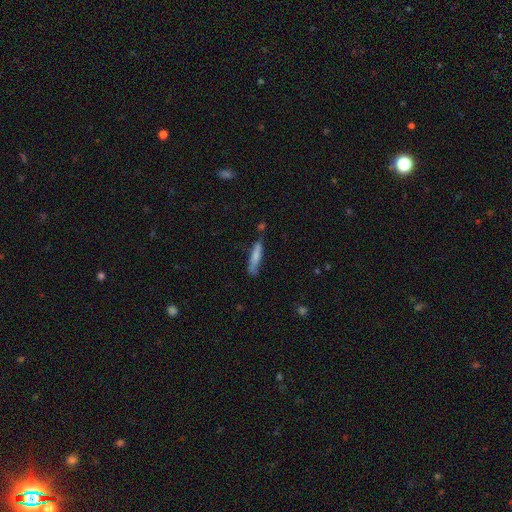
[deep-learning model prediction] smooth-or-featured: smooth: 72% | featured or disk: 22% | star or artifact: 6%
  how-rounded: cigar-shaped: 87% | in between: 12% | round: 1%
  merging: none: 63% | minor disturbance: 25% | merger: 6% | major disturbance: 6%